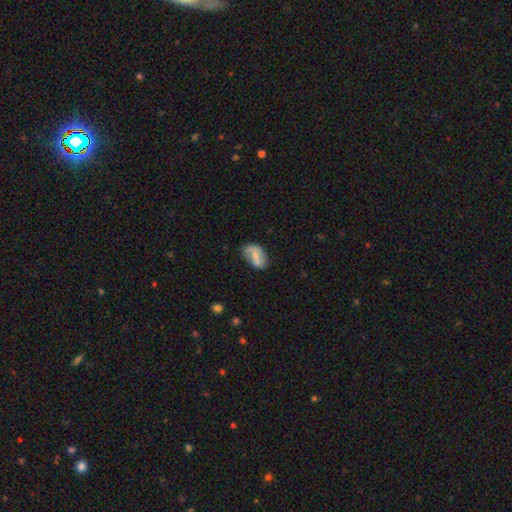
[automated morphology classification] Q: Smooth or featured?
A: featured or disk (52%); runner-up: smooth (40%)
Q: Edge-on disk?
A: no (96%); runner-up: yes (4%)
Q: Bar?
A: weak (44%); runner-up: no (34%)
Q: Spiral arms?
A: yes (77%); runner-up: no (23%)
Q: Bulge size?
A: small (49%); runner-up: moderate (37%)
Q: Merging?
A: none (63%); runner-up: minor disturbance (25%)